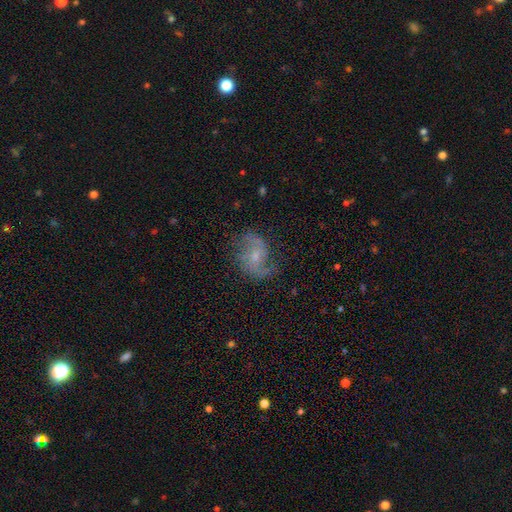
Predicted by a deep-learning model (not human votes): Smooth or featured? Predicted: featured or disk (p=0.77). Edge-on disk? Predicted: no (p=0.97). Bar? Predicted: no (p=0.52). Spiral arms? Predicted: yes (p=0.92). Spiral winding? Predicted: loose (p=0.45). Spiral arm count? Predicted: 2 (p=0.83). Bulge size? Predicted: small (p=0.60). Merging? Predicted: none (p=0.67).